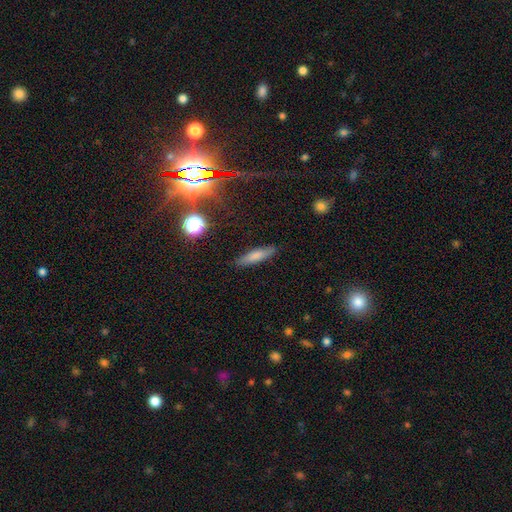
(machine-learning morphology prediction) Smooth or featured? Predicted: smooth (p=0.73). How rounded? Predicted: cigar-shaped (p=0.74). Merging? Predicted: none (p=0.86).